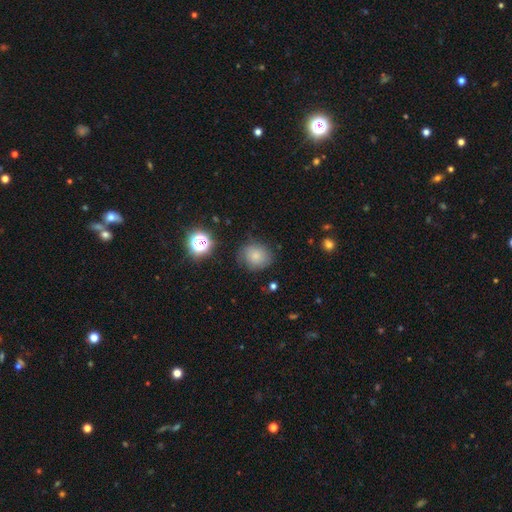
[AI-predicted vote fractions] Smooth or featured: smooth — 78% (star or artifact — 13%)
How rounded: round — 74% (in between — 25%)
Merging: none — 74% (minor disturbance — 18%)